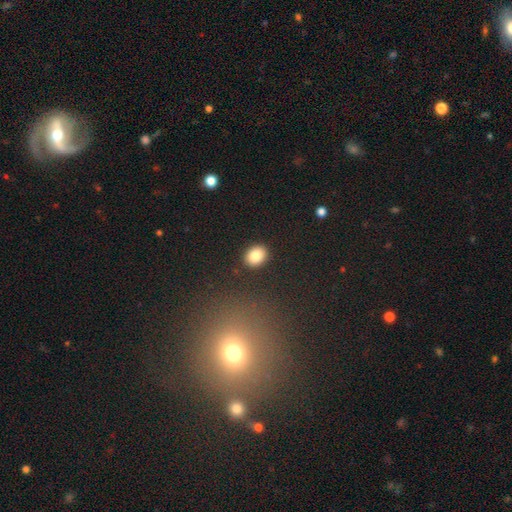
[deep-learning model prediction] Smooth or featured: smooth — 85% (star or artifact — 9%)
How rounded: in between — 55% (round — 44%)
Merging: none — 91% (minor disturbance — 6%)